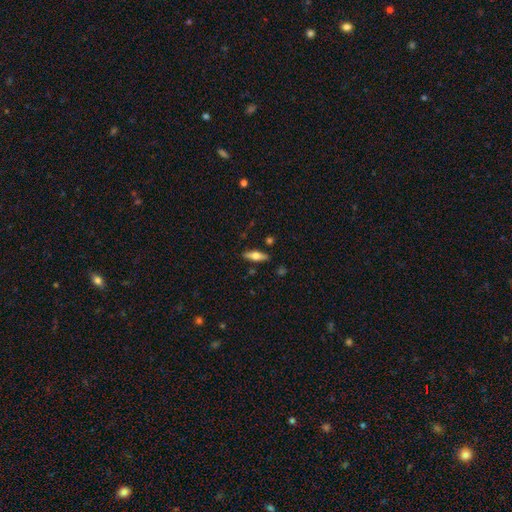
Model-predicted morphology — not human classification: type=smooth (52%); roundness=in between (54%); merging=none (87%).